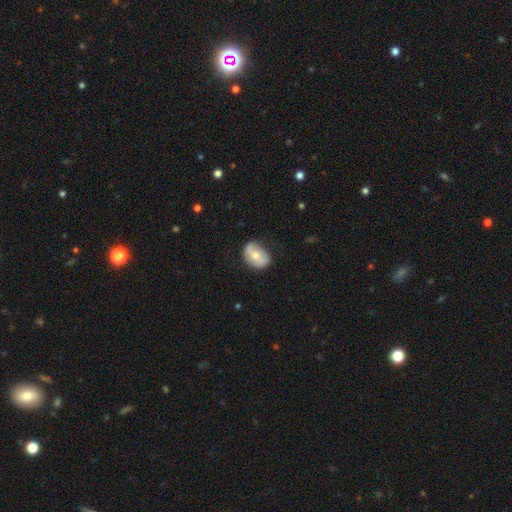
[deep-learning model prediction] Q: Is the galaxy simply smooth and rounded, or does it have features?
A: smooth — 54%.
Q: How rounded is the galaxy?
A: in between — 66%.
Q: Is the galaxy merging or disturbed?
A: none — 63%.